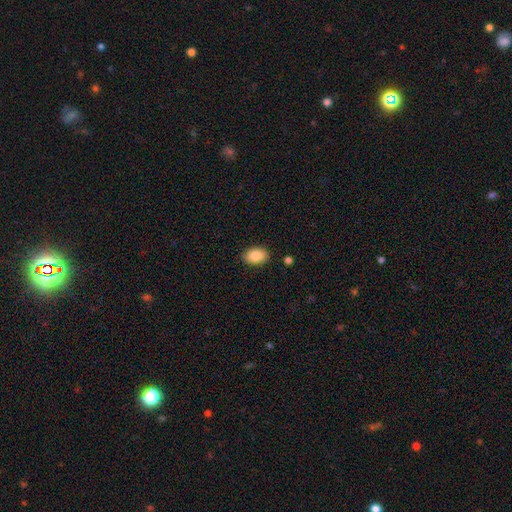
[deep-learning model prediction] Morphology: type=smooth (87%); roundness=in between (88%); merging=none (88%).